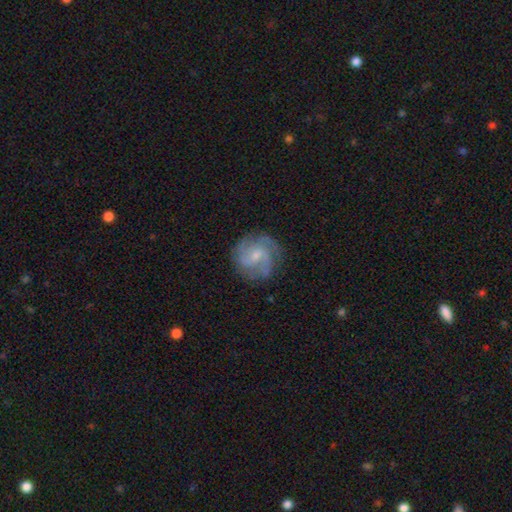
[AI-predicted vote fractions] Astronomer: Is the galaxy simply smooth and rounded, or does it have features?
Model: featured or disk — 79%.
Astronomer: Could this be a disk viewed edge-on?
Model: no — 98%.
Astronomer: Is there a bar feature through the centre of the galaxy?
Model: no — 52% (runner-up: weak, 42%).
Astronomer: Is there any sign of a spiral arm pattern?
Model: yes — 95%.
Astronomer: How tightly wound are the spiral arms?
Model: medium — 48% (runner-up: tight, 37%).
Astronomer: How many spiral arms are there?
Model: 3 — 43% (runner-up: 2, 18%).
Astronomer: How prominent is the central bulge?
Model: small — 59%.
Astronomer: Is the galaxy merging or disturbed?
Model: none — 76%.